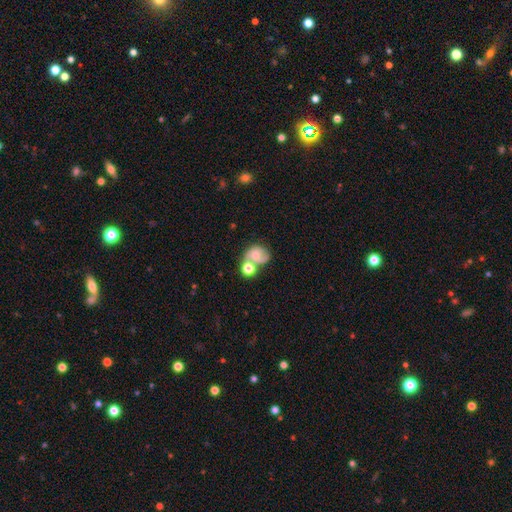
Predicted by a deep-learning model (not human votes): Smooth or featured? Predicted: featured or disk (p=0.54). Edge-on disk? Predicted: no (p=0.98). Bar? Predicted: no (p=0.67). Spiral arms? Predicted: yes (p=0.83). Bulge size? Predicted: small (p=0.45). Merging? Predicted: none (p=0.39).